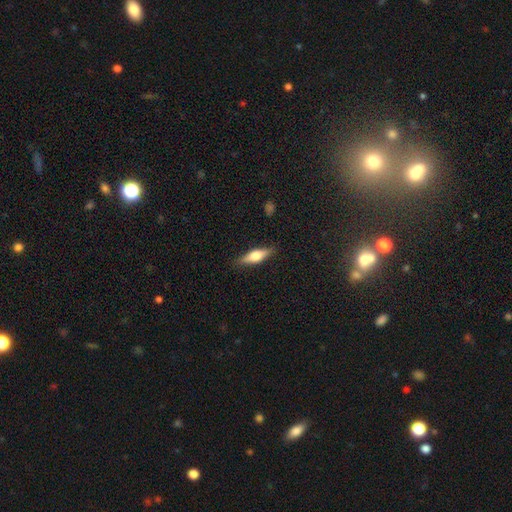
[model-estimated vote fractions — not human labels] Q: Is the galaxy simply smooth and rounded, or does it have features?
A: smooth — 50%.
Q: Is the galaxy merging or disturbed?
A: none — 86%.